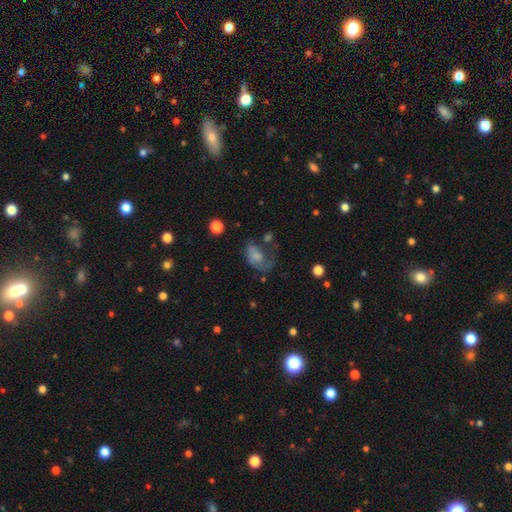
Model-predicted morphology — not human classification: This appears to be a smooth galaxy with no disk features (55%) that is in between round and cigar-shaped (85%). Merging: major disturbance (47%).